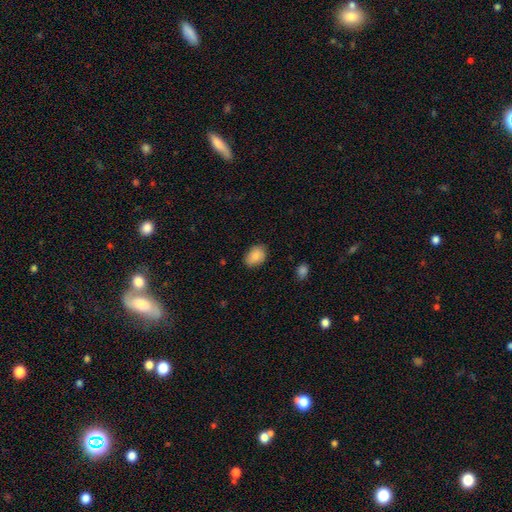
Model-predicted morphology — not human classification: A smooth galaxy with no disk features (86%) that is in between round and cigar-shaped (74%).

Vote fractions:
- Smooth or featured? smooth: 86% / star or artifact: 7% / featured or disk: 7%
- How rounded? in between: 74% / round: 25% / cigar-shaped: 1%
- Merging? none: 79% / minor disturbance: 17% / major disturbance: 3% / merger: 1%